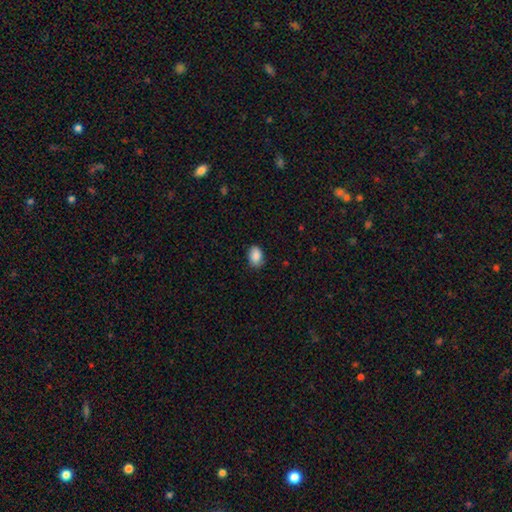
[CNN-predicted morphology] Smooth or featured?
  - smooth: 88% *
  - star or artifact: 7%
  - featured or disk: 4%
How rounded?
  - in between: 84% *
  - round: 15%
  - cigar-shaped: 1%
Merging?
  - none: 82% *
  - minor disturbance: 14%
  - major disturbance: 3%
  - merger: 1%